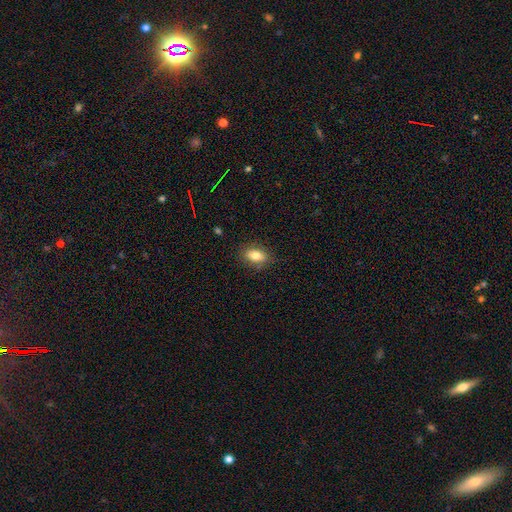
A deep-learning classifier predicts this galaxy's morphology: smooth-or-featured: smooth: 80% | featured or disk: 12% | star or artifact: 8%
  how-rounded: in between: 85% | round: 11% | cigar-shaped: 4%
  merging: none: 85% | minor disturbance: 12% | major disturbance: 3% | merger: 1%